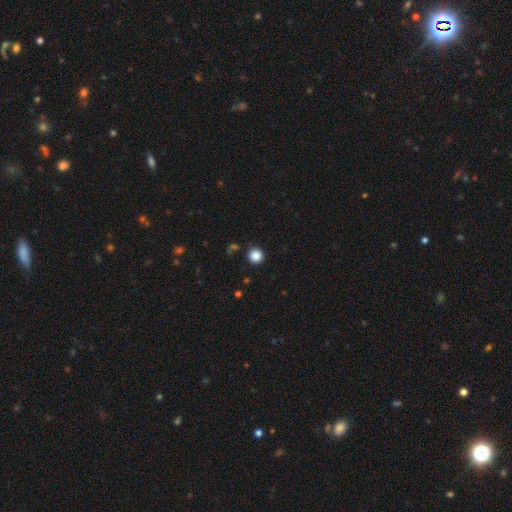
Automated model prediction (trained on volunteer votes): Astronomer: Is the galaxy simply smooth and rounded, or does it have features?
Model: smooth — 86%.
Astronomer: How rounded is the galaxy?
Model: round — 95%.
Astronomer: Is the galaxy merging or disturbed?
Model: none — 91%.